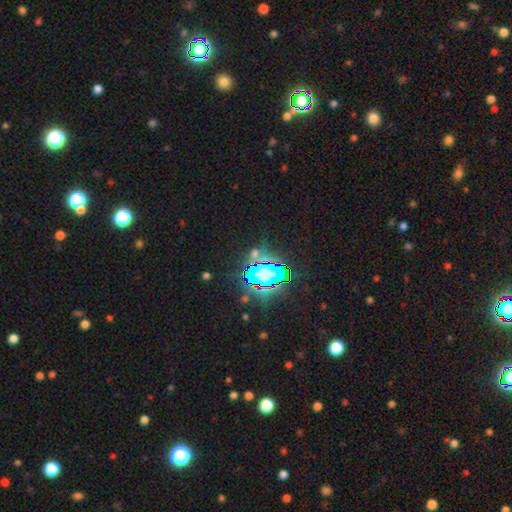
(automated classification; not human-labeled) Overall: star or artifact (74%).